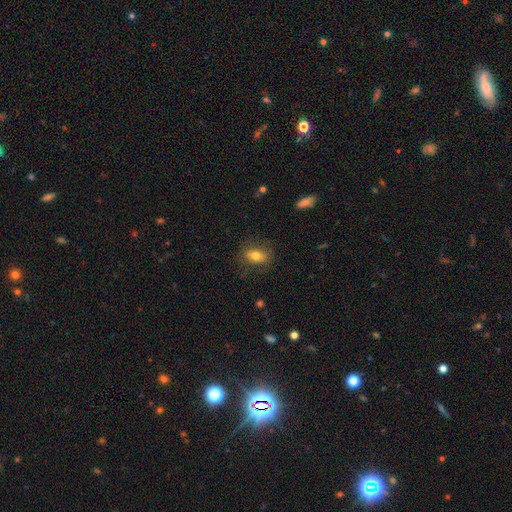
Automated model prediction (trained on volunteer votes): The model was most divided on "smooth or featured": smooth: 73%, featured or disk: 18%, star or artifact: 9%. More confident: how rounded — in between (79%); merging — none (77%).